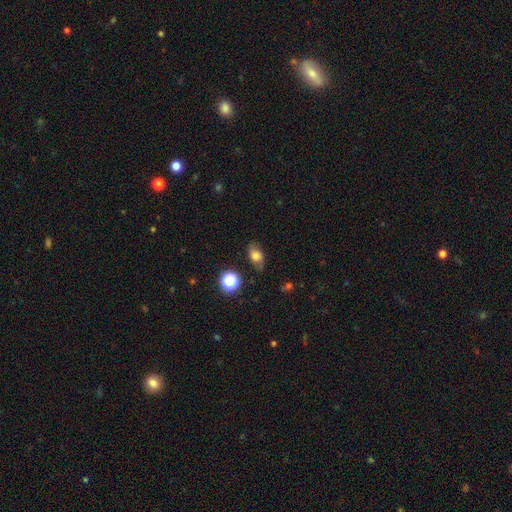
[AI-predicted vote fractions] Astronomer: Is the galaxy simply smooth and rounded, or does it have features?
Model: smooth — 68%.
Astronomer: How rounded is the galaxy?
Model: in between — 75%.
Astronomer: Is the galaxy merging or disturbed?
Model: none — 73%.